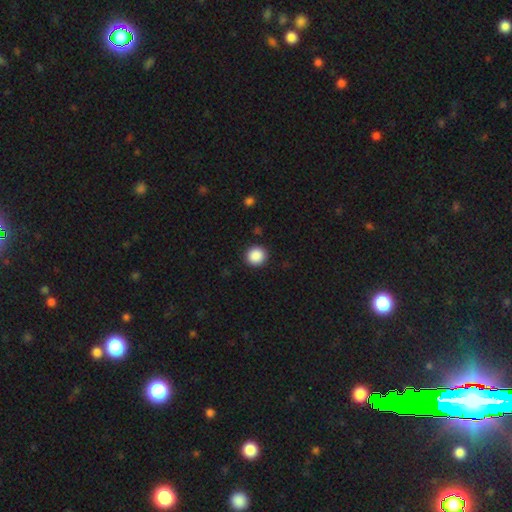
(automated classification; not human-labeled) Smooth or featured? smooth (89%)
How rounded? round (93%)
Merging? none (92%)